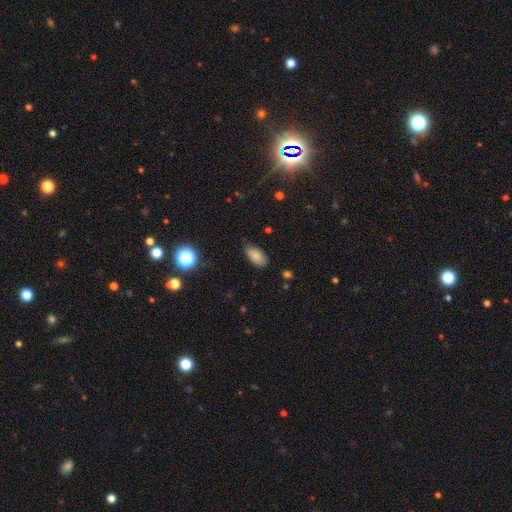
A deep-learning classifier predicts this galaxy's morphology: type=smooth (82%); roundness=in between (93%); merging=none (74%).